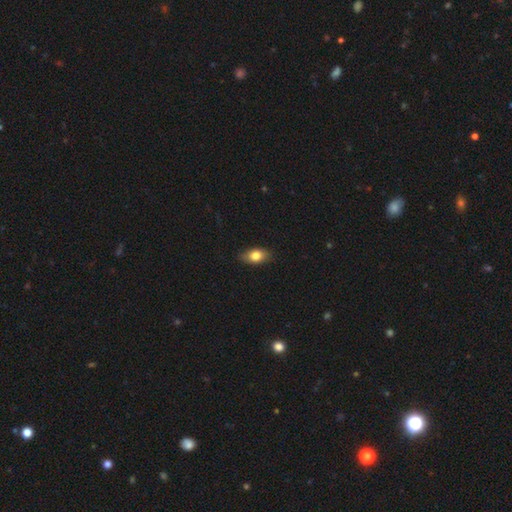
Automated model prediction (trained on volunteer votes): Smooth or featured?
  - smooth: 80% *
  - featured or disk: 12%
  - star or artifact: 8%
How rounded?
  - in between: 86% *
  - round: 10%
  - cigar-shaped: 4%
Merging?
  - none: 85% *
  - minor disturbance: 12%
  - major disturbance: 2%
  - merger: 1%